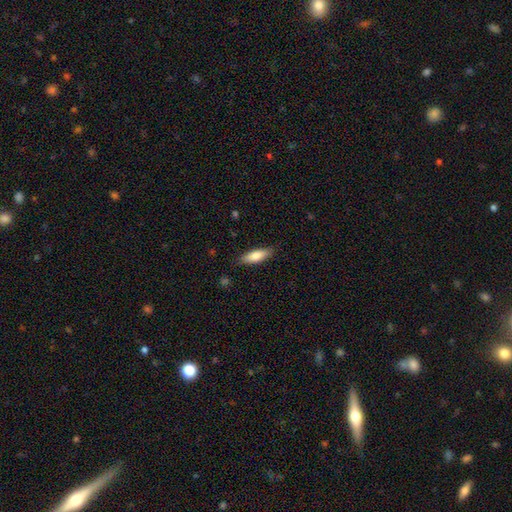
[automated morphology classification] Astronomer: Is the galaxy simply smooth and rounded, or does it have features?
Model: smooth — 80%.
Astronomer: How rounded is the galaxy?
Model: in between — 56% (runner-up: cigar-shaped, 42%).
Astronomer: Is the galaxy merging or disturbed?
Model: none — 85%.